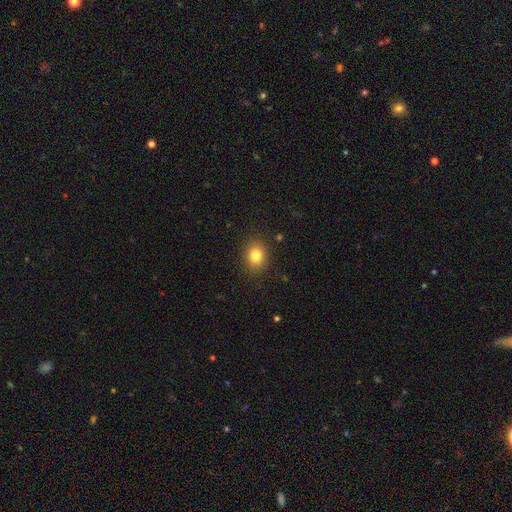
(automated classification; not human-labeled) Overall: smooth (82%). How rounded: in between (50%; round 49%). Merging: none (88%).